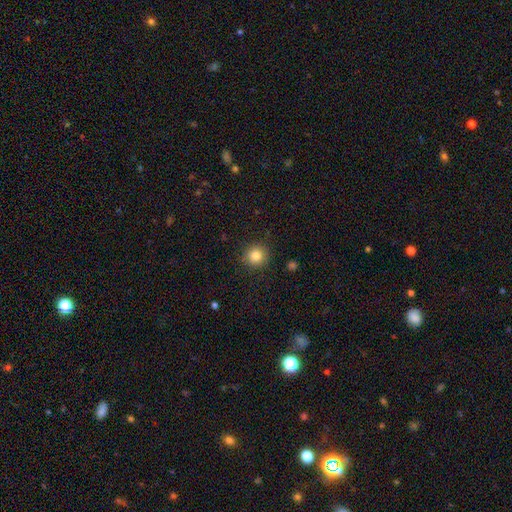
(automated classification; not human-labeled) A smooth galaxy with no disk features (83%) that is round (93%).

Vote fractions:
- Smooth or featured? smooth: 83% / star or artifact: 11% / featured or disk: 6%
- How rounded? round: 93% / in between: 6% / cigar-shaped: 1%
- Merging? none: 90% / minor disturbance: 7% / major disturbance: 2% / merger: 1%